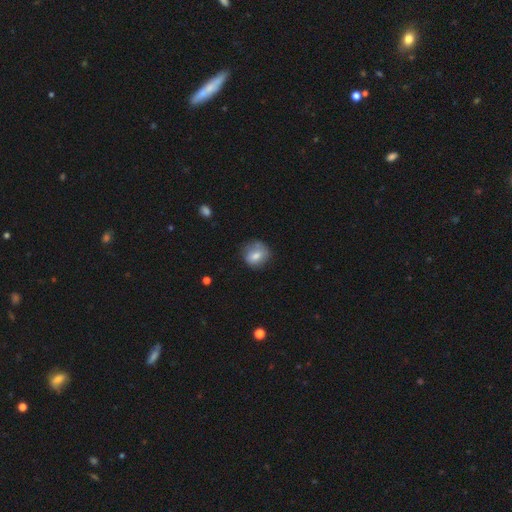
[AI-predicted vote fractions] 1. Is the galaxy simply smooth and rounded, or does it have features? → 74% smooth, 17% featured or disk, 9% star or artifact.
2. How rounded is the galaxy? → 74% round, 24% in between, 1% cigar-shaped.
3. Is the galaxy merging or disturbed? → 68% none, 23% minor disturbance, 7% major disturbance, 3% merger.